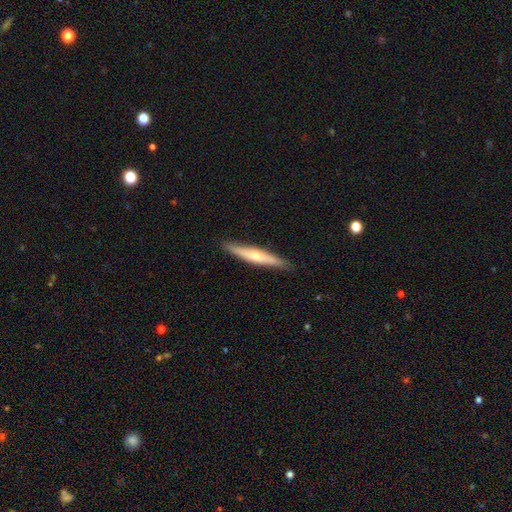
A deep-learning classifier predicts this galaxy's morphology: smooth_or_featured: featured or disk (p=0.53) [alt: smooth p=0.42]
disk_edge_on: yes (p=0.93) [alt: no p=0.07]
merging: none (p=0.89) [alt: minor disturbance p=0.08]